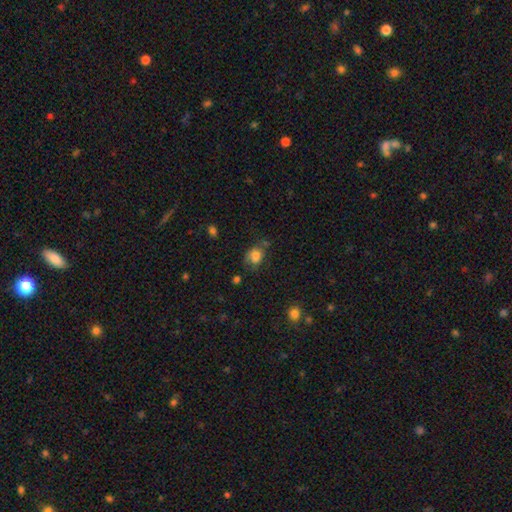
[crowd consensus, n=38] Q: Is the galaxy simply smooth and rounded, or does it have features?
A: smooth — 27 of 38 (71%).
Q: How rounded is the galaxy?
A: in between — 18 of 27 (67%).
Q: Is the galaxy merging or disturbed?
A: minor disturbance — 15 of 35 (43%).